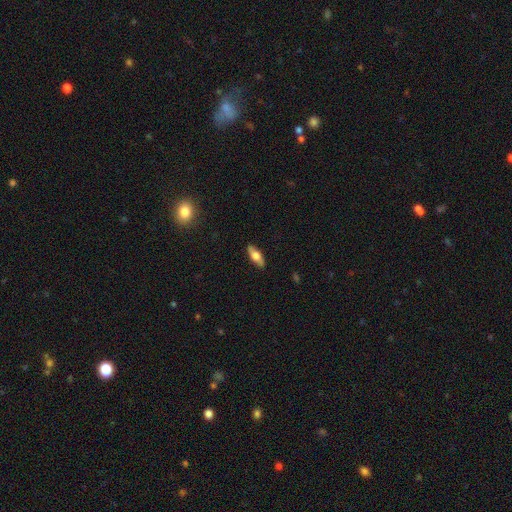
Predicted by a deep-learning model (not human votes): A smooth galaxy with no disk features (59%) that is in between round and cigar-shaped (66%). Merging: none (86%).